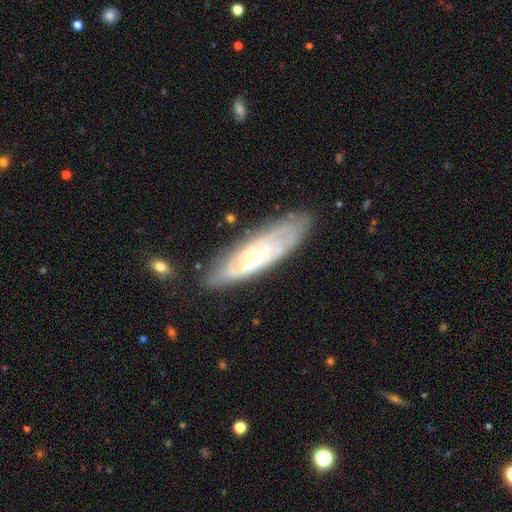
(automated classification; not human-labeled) The model was most divided on "spiral arm count": can't tell: 54%, 2: 22%, 3: 12%, 4: 6%, 1: 4%, more than 4: 4%. More confident: spiral arms — yes (88%); edge-on disk — no (81%); merging — none (78%); smooth or featured — featured or disk (77%); bar — no (71%); spiral winding — tight (70%); bulge size — small (64%).